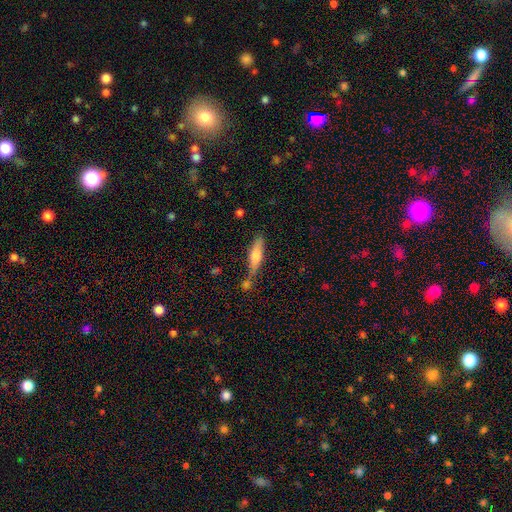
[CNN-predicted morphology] A smooth galaxy with no disk features (63%) that is cigar-shaped (72%). Merging: none (60%).